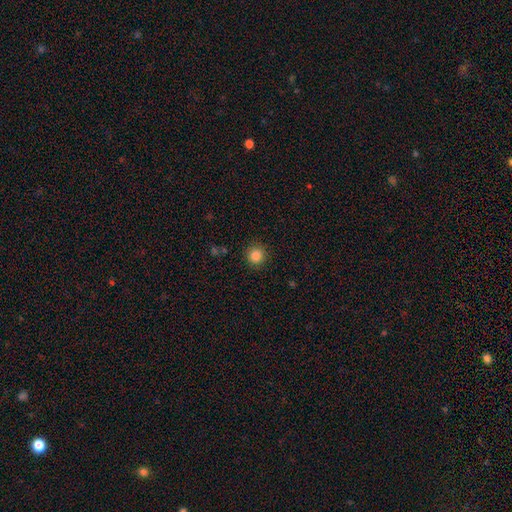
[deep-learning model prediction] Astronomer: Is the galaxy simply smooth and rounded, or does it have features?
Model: smooth — 85%.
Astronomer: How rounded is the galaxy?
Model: round — 94%.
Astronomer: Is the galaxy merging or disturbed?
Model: none — 90%.